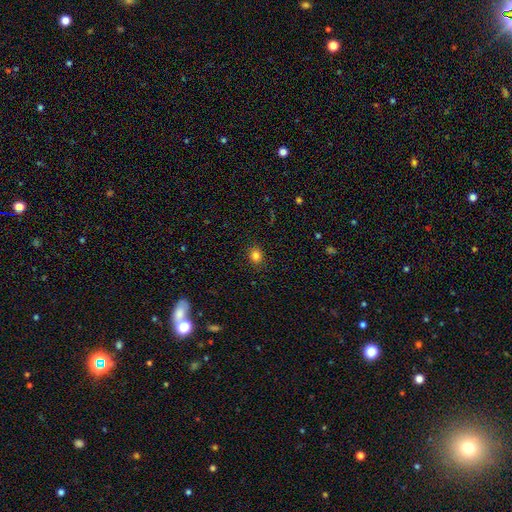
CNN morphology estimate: smooth-or-featured: smooth: 82% | star or artifact: 13% | featured or disk: 5%
  how-rounded: round: 71% | in between: 28% | cigar-shaped: 1%
  merging: none: 88% | minor disturbance: 8% | major disturbance: 2% | merger: 1%